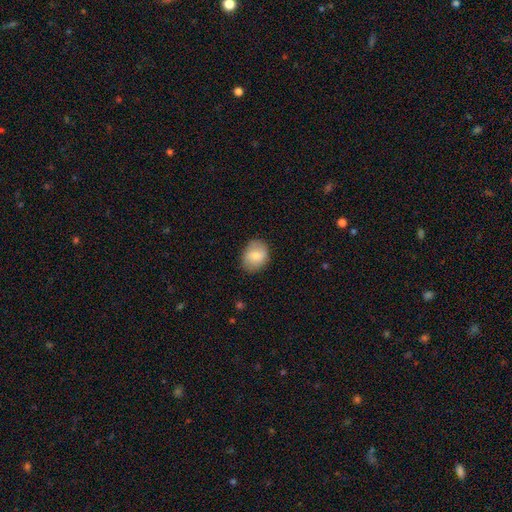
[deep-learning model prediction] smooth 76%, featured or disk 16%, star or artifact 8%. Down the decision tree: how rounded — in between (50%); merging — none (81%).